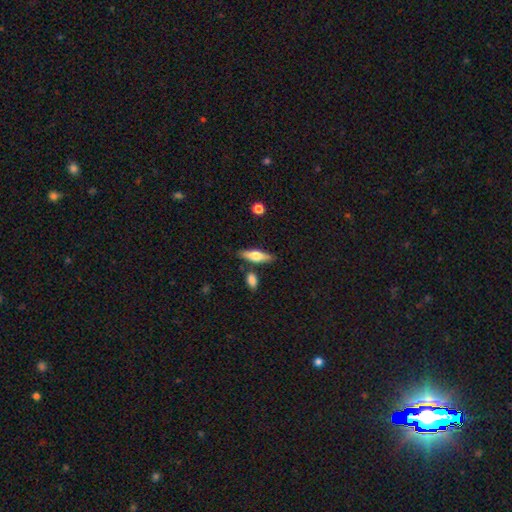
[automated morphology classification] This appears to be a smooth galaxy with no disk features (57%) that is cigar-shaped (56%). Merging: none (78%).